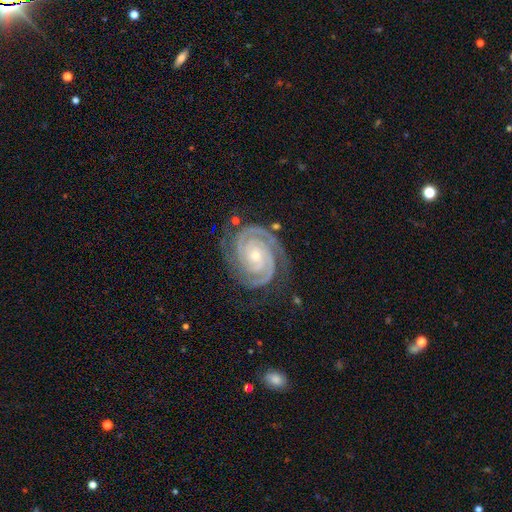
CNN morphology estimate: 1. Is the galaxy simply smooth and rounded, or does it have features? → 94% featured or disk, 4% star or artifact, 2% smooth.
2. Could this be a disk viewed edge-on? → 98% no, 2% yes.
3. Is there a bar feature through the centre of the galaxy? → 72% no, 18% weak, 11% strong.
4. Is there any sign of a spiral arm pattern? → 99% yes, 1% no.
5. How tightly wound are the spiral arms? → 83% tight, 16% medium, 2% loose.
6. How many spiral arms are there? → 77% 2, 13% 3, 3% can't tell, 3% 4, 2% more than 4, 2% 1.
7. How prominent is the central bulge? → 64% small, 33% moderate, 1% none, 1% large, 1% dominant.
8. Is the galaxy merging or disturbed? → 80% none, 14% minor disturbance, 4% major disturbance, 2% merger.